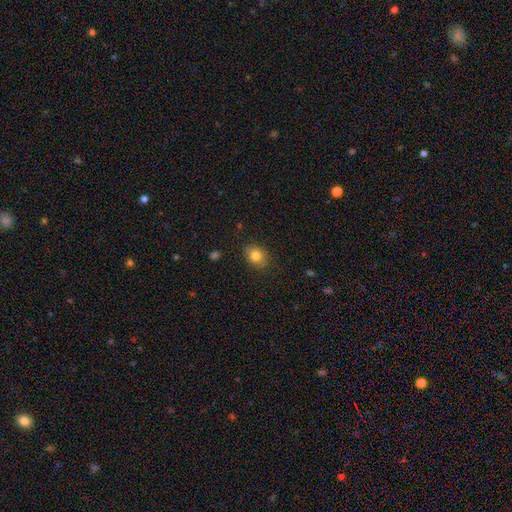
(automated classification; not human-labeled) This appears to be a smooth galaxy with no disk features (83%) that is round (56%). Merging: none (83%).